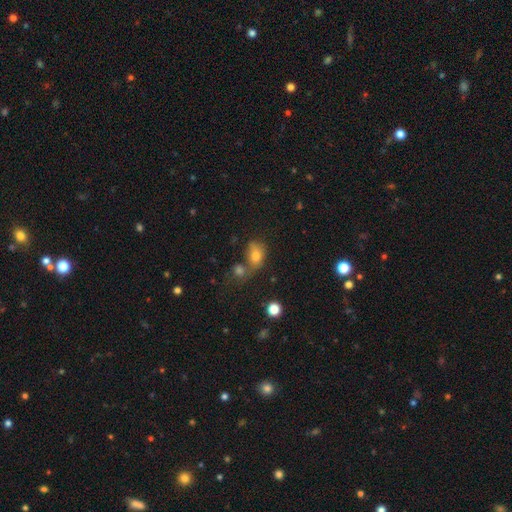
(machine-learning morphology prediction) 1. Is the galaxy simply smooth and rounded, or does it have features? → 74% smooth, 14% star or artifact, 12% featured or disk.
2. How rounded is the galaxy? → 70% in between, 28% round, 2% cigar-shaped.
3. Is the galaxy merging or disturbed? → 41% none, 34% merger, 16% minor disturbance, 9% major disturbance.